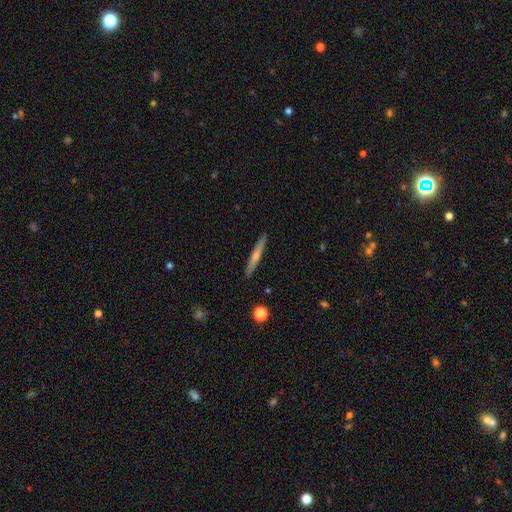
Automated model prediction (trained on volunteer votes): A featured or disk galaxy (57%) viewed edge-on (97%) with a rounded central bulge (69%).

Vote fractions:
- Smooth or featured? featured or disk: 57% / smooth: 37% / star or artifact: 6%
- Edge-on disk? yes: 97% / no: 3%
- Edge-on bulge? rounded: 69% / none: 28% / boxy: 4%
- Merging? none: 92% / minor disturbance: 6% / major disturbance: 1% / merger: 1%